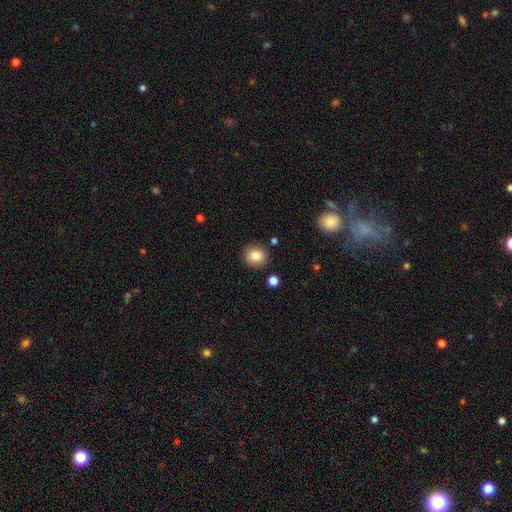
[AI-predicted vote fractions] smooth_or_featured: smooth (p=0.83) [alt: star or artifact p=0.10]
how_rounded: round (p=0.90) [alt: in between p=0.09]
merging: none (p=0.89) [alt: minor disturbance p=0.07]